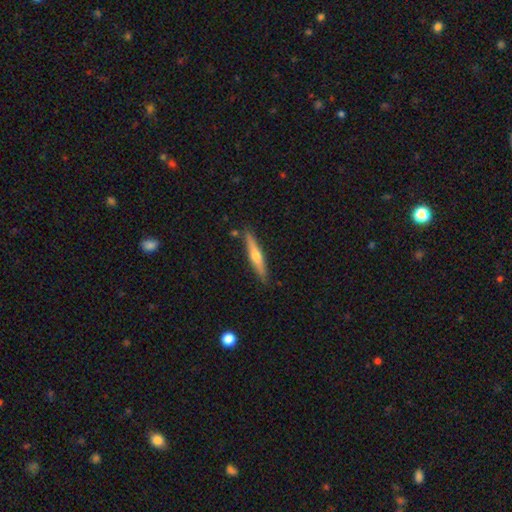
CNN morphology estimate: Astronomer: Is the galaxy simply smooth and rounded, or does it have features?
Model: featured or disk — 52% (runner-up: smooth, 42%).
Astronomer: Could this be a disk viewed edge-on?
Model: yes — 95%.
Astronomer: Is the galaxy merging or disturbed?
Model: none — 86%.